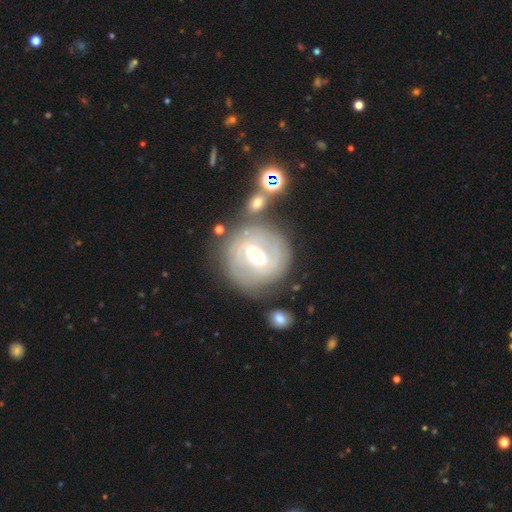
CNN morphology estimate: Smooth or featured?
  - featured or disk: 80% *
  - smooth: 14%
  - star or artifact: 6%
Edge-on disk?
  - no: 97% *
  - yes: 3%
Bar?
  - weak: 49% *
  - no: 28%
  - strong: 23%
Spiral arms?
  - yes: 87% *
  - no: 13%
Spiral winding?
  - tight: 74% *
  - medium: 20%
  - loose: 6%
Spiral arm count?
  - can't tell: 38% *
  - 2: 35%
  - 3: 13%
  - 4: 6%
  - 1: 4%
  - more than 4: 4%
Bulge size?
  - moderate: 48% * (tied)
  - small: 48% * (tied)
  - large: 2%
  - none: 1%
  - dominant: 1%
Merging?
  - none: 72% *
  - minor disturbance: 14%
  - merger: 8%
  - major disturbance: 6%